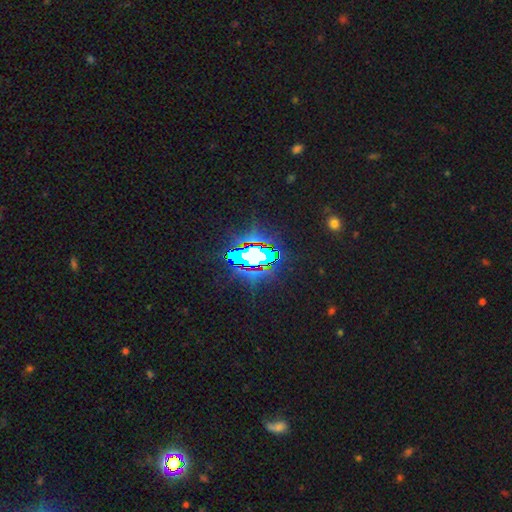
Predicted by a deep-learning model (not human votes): Smooth or featured?
  - star or artifact: 73% *
  - smooth: 14%
  - featured or disk: 13%